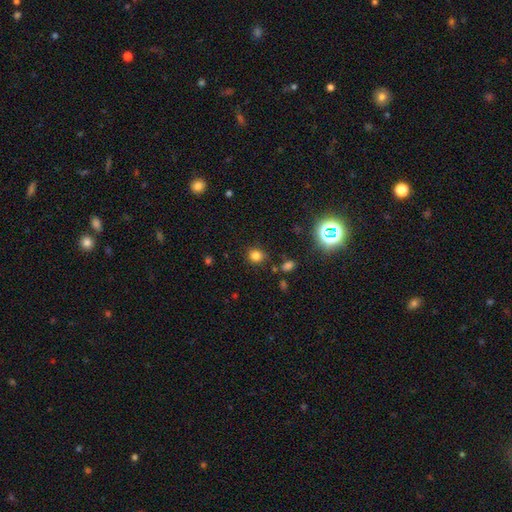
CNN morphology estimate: Overall: smooth (78%). How rounded: round (79%). Merging: none (82%).